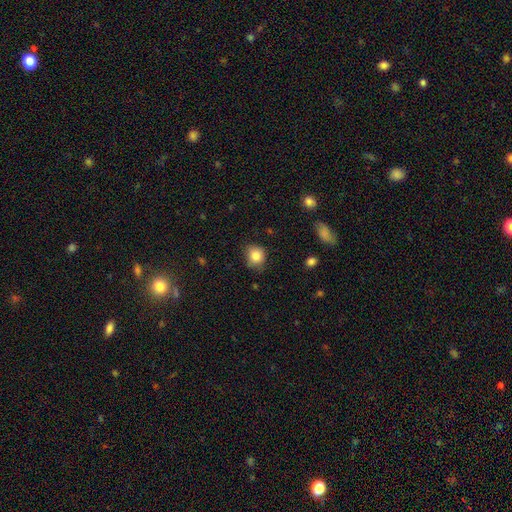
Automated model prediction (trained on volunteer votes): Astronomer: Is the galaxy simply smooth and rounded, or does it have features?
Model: smooth — 84%.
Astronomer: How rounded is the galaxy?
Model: round — 74%.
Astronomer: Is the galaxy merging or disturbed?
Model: none — 74%.